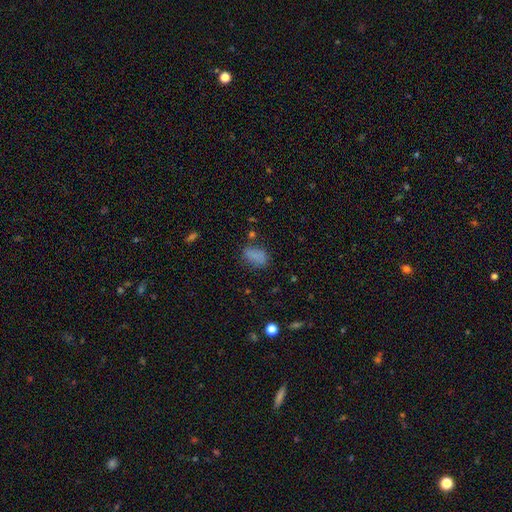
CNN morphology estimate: The model was most divided on "merging": none: 64%, minor disturbance: 21%, major disturbance: 9%, merger: 5%. More confident: how rounded — in between (83%); smooth or featured — smooth (77%).